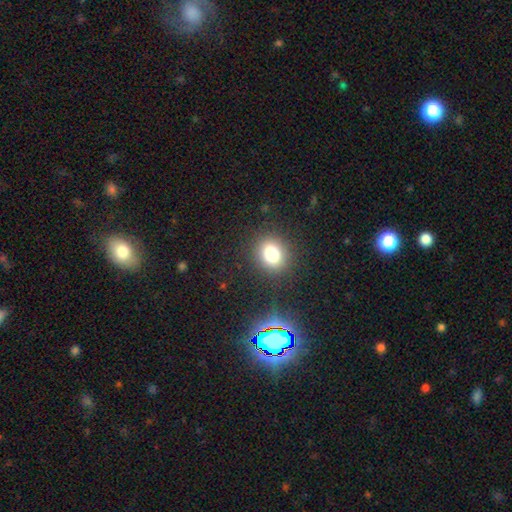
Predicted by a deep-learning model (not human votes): Smooth or featured: star or artifact — 47% (smooth — 46%)